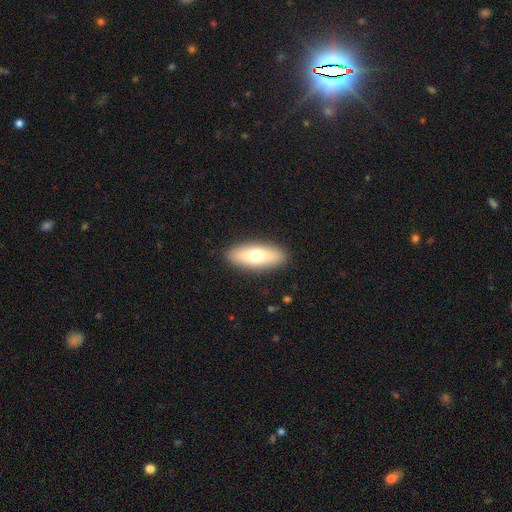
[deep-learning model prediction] The model was most divided on "smooth or featured": smooth: 68%, featured or disk: 25%, star or artifact: 7%. More confident: merging — none (89%); how rounded — in between (73%).